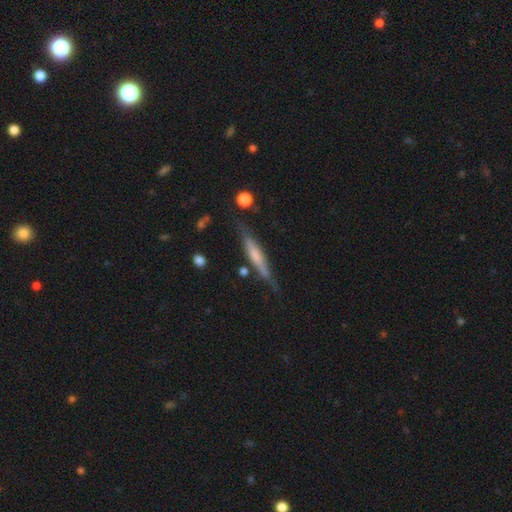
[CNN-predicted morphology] Smooth or featured: featured or disk — 52% (smooth — 42%)
Edge-on disk: yes — 93% (no — 7%)
Merging: none — 73% (minor disturbance — 18%)